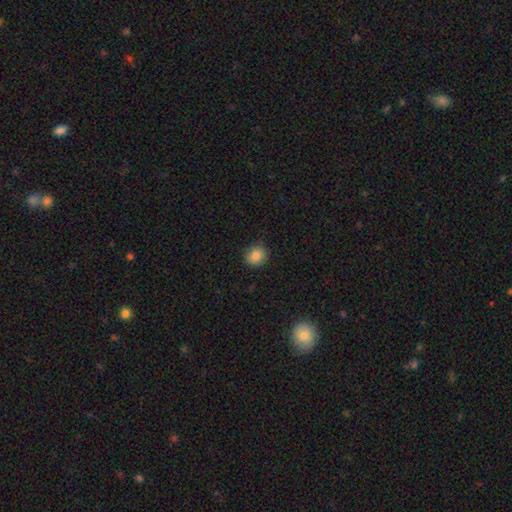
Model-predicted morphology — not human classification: Smooth or featured? smooth (84%)
How rounded? round (80%)
Merging? none (83%)